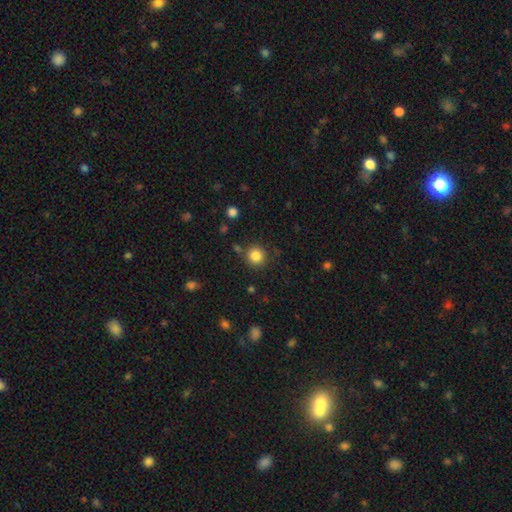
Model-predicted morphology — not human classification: Overall: smooth (84%). How rounded: round (92%). Merging: none (85%).